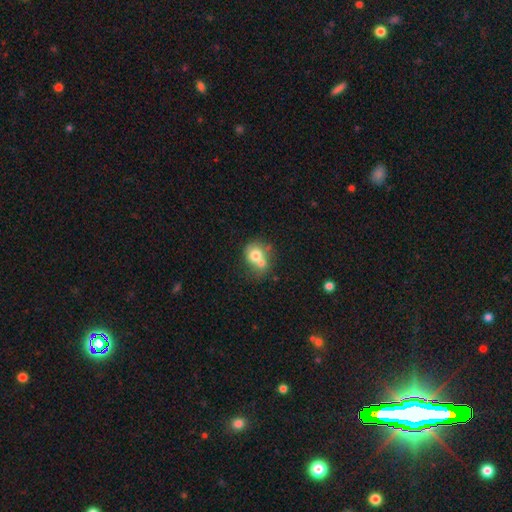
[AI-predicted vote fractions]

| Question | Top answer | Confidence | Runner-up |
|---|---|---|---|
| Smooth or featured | smooth | 69% | featured or disk (21%) |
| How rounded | round | 69% | in between (30%) |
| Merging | merger | 56% | none (28%) |